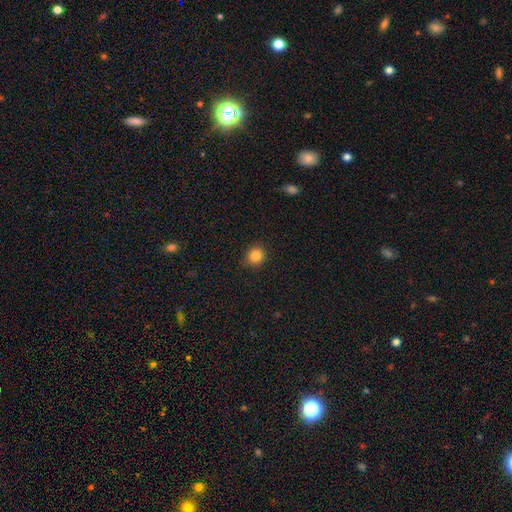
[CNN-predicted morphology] Smooth or featured? Predicted: smooth (p=0.84). How rounded? Predicted: round (p=0.83). Merging? Predicted: none (p=0.87).